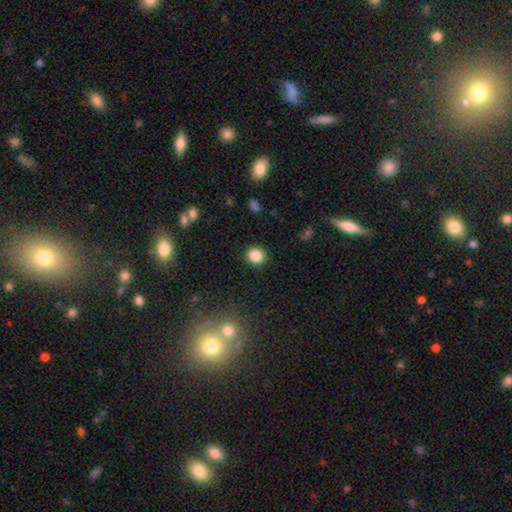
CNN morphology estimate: smooth-or-featured: smooth: 85% | star or artifact: 11% | featured or disk: 4%
  how-rounded: round: 82% | in between: 17% | cigar-shaped: 1%
  merging: none: 90% | minor disturbance: 7% | major disturbance: 2% | merger: 1%